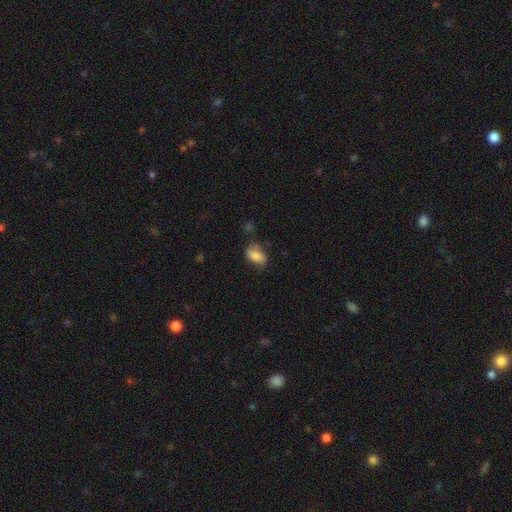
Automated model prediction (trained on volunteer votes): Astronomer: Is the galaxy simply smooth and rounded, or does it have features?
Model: smooth — 76%.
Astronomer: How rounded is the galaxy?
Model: in between — 88%.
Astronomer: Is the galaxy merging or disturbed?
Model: none — 57%.